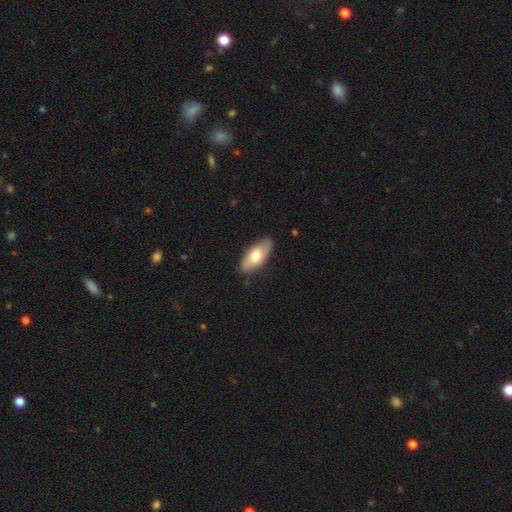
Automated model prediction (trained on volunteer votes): Smooth or featured: smooth — 65% (featured or disk — 29%)
How rounded: in between — 87% (cigar-shaped — 10%)
Merging: none — 83% (minor disturbance — 14%)